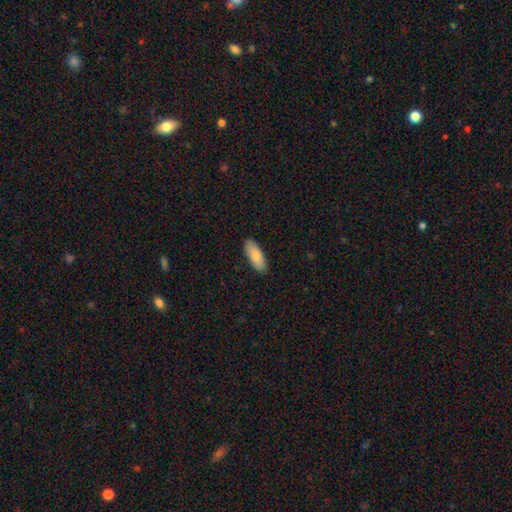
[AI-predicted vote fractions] smooth_or_featured: smooth (p=0.84) [alt: featured or disk p=0.10]
how_rounded: in between (p=0.78) [alt: cigar-shaped p=0.21]
merging: none (p=0.89) [alt: minor disturbance p=0.09]